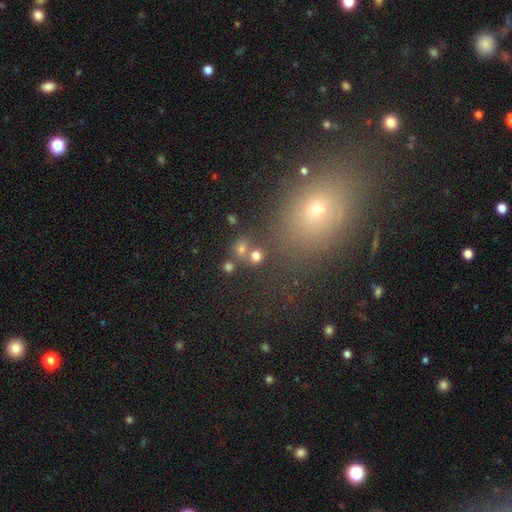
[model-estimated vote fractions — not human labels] Smooth or featured? smooth (73%)
How rounded? round (80%)
Merging? none (65%)